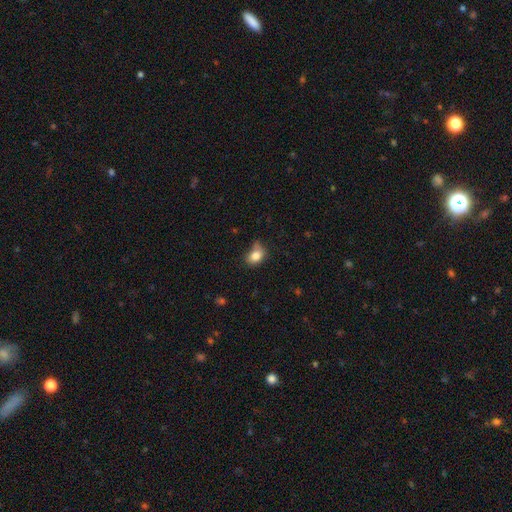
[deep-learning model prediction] A smooth galaxy with no disk features (82%) that is in between round and cigar-shaped (57%).

Vote fractions:
- Smooth or featured? smooth: 82% / star or artifact: 10% / featured or disk: 8%
- How rounded? in between: 57% / round: 41% / cigar-shaped: 1%
- Merging? none: 48% / minor disturbance: 35% / major disturbance: 11% / merger: 6%